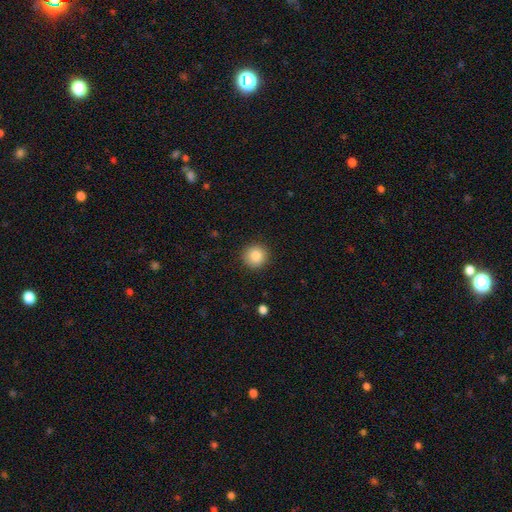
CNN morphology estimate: A smooth galaxy with no disk features (87%) that is round (94%).

Vote fractions:
- Smooth or featured? smooth: 87% / star or artifact: 9% / featured or disk: 4%
- How rounded? round: 94% / in between: 5% / cigar-shaped: 1%
- Merging? none: 90% / minor disturbance: 7% / major disturbance: 2% / merger: 1%